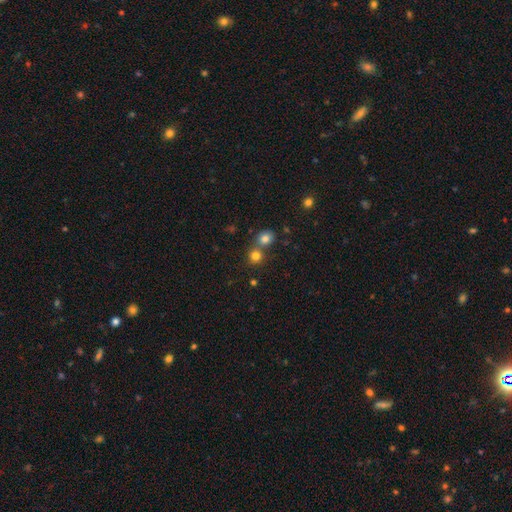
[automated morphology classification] smooth 78%, star or artifact 15%, featured or disk 7%. Down the decision tree: how rounded — round (87%); merging — none (55%).